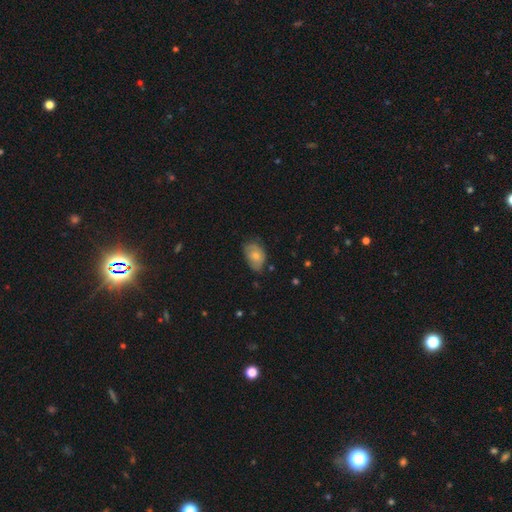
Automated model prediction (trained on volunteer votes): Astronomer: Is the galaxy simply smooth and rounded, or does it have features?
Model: smooth — 69%.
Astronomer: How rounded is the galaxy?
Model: in between — 85%.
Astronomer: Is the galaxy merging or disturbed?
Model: none — 56% (runner-up: minor disturbance, 35%).